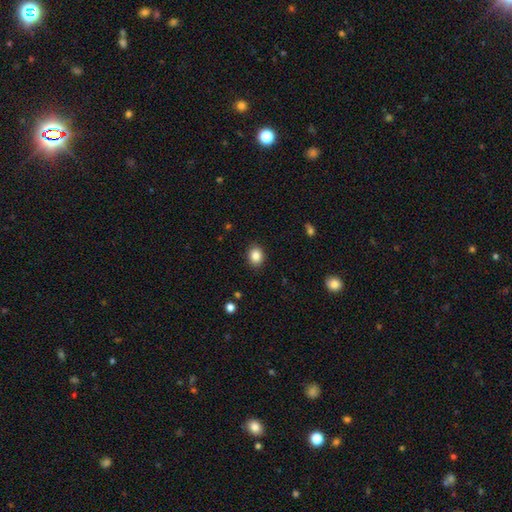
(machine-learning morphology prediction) smooth 85%, star or artifact 10%, featured or disk 5%. Down the decision tree: how rounded — round (53%); merging — none (89%).